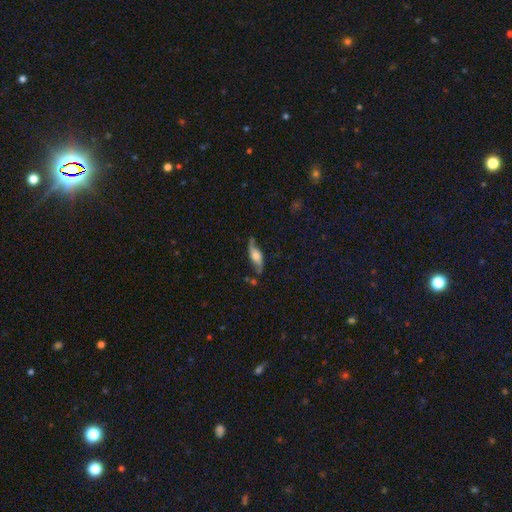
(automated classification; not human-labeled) This is likely a featured or disk galaxy (67%). It is possibly not viewed edge-on (58%). Merging: likely none (67%).